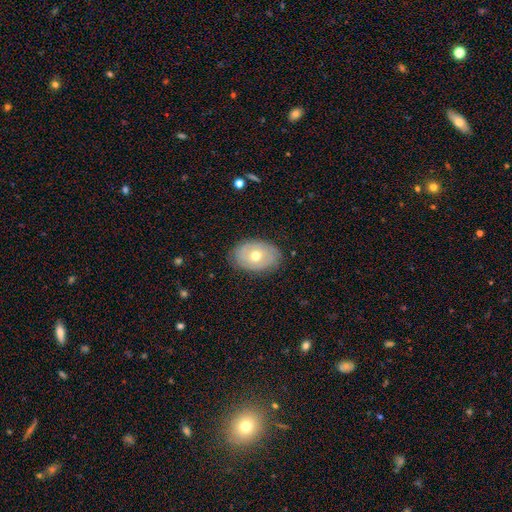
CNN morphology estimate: featured or disk 57%, smooth 37%, star or artifact 7%. Down the decision tree: edge-on disk — no (92%); bar — no (83%); spiral arms — yes (56%); bulge size — moderate (75%); merging — none (81%).